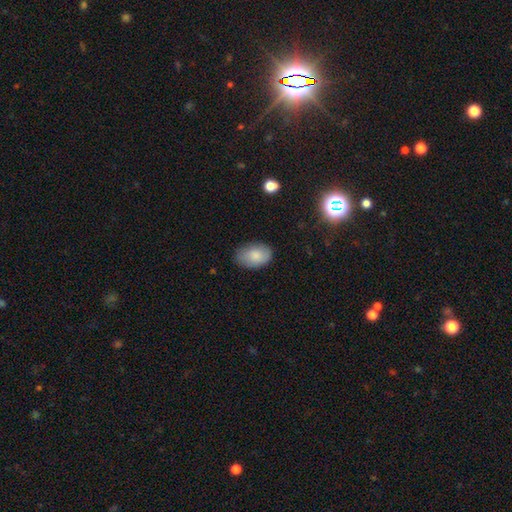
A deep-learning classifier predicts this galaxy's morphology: type=smooth (83%); roundness=in between (88%); merging=none (79%).